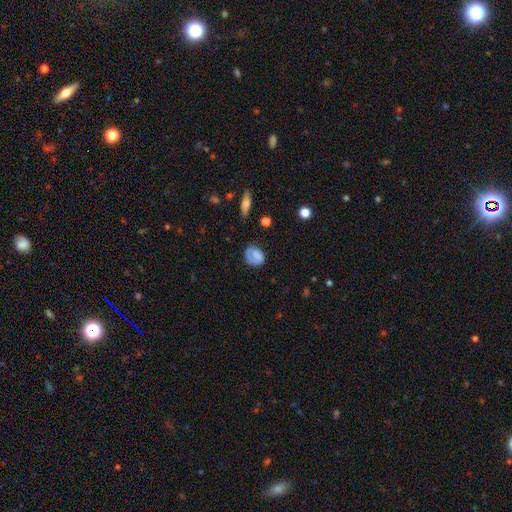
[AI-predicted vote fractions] Q: Smooth or featured?
A: smooth (72%); runner-up: featured or disk (19%)
Q: How rounded?
A: round (57%); runner-up: in between (42%)
Q: Merging?
A: none (58%); runner-up: minor disturbance (26%)